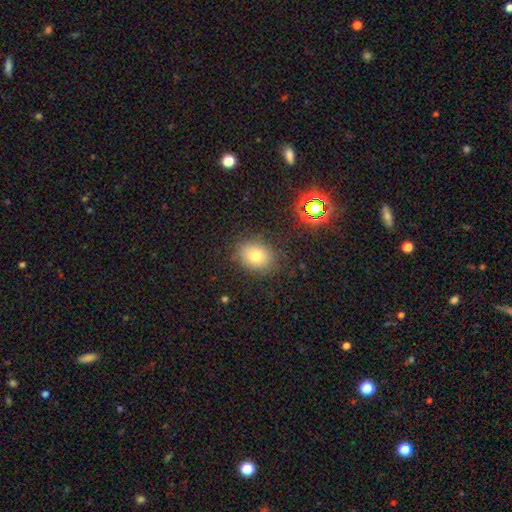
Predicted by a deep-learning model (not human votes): Q: Smooth or featured?
A: smooth (75%); runner-up: star or artifact (14%)
Q: How rounded?
A: round (52%); runner-up: in between (47%)
Q: Merging?
A: none (82%); runner-up: minor disturbance (12%)